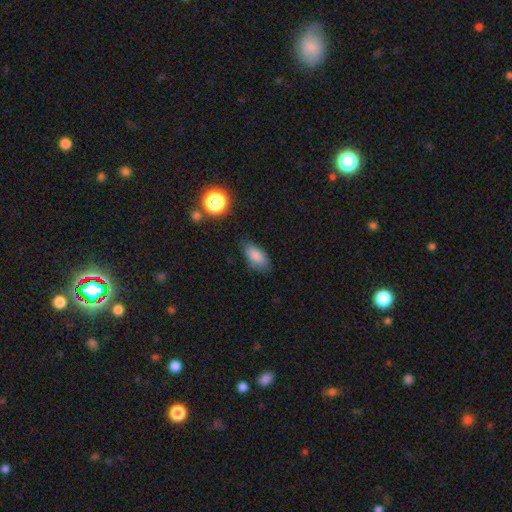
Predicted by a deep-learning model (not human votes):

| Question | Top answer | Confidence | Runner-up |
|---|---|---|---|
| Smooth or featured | smooth | 84% | star or artifact (9%) |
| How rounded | in between | 86% | cigar-shaped (10%) |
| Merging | none | 78% | minor disturbance (16%) |